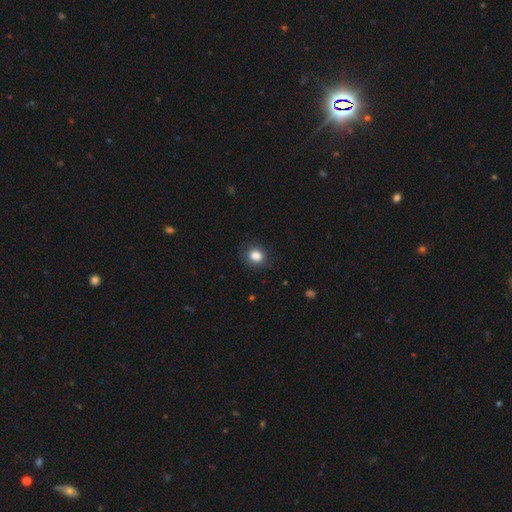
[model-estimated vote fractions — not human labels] Morphology: type=smooth (85%); roundness=round (66%); merging=none (82%).